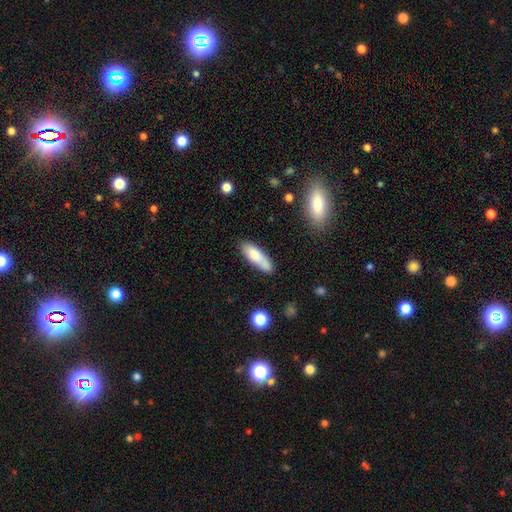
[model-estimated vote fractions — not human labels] Overall: smooth (76%). How rounded: in between (50%; cigar-shaped 48%). Merging: none (64%).